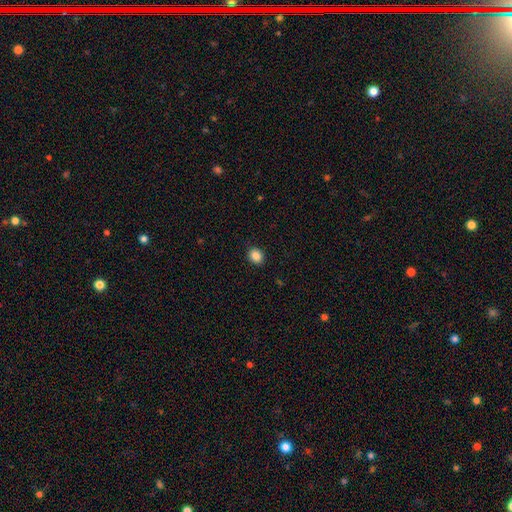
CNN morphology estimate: A smooth galaxy with no disk features (86%) that is round (70%). Merging: none (90%).